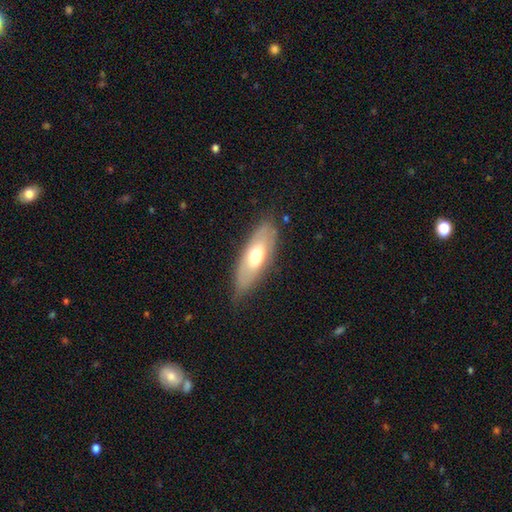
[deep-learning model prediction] This is possibly a smooth galaxy (55%). How rounded: likely in between (69%). Merging: likely none (73%).